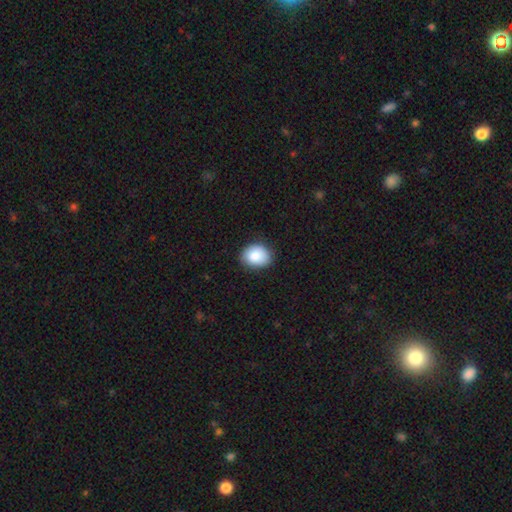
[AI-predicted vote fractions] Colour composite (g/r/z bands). It shows a smooth galaxy with no disk features (86%) that is round (50%). Merging: none (83%).